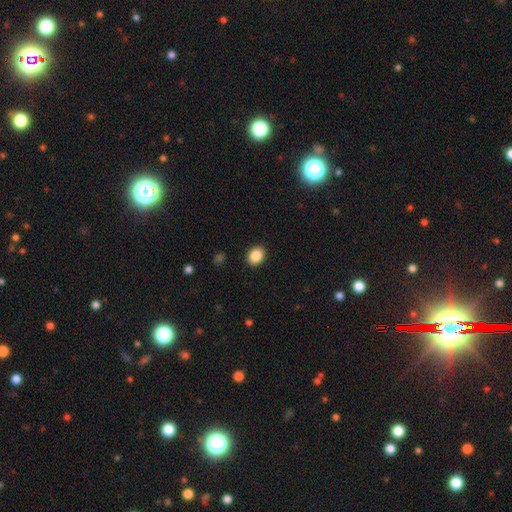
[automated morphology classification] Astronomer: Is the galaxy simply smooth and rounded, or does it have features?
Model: smooth — 87%.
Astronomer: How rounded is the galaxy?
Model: in between — 50%, tied with round at 50%.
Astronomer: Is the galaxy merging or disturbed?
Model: none — 91%.